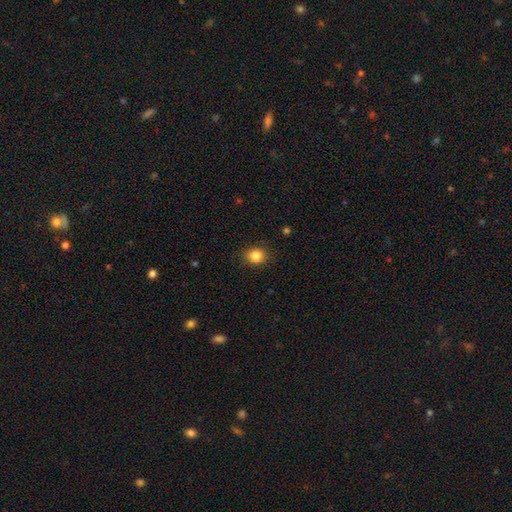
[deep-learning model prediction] Smooth or featured? smooth (85%)
How rounded? round (64%)
Merging? none (86%)